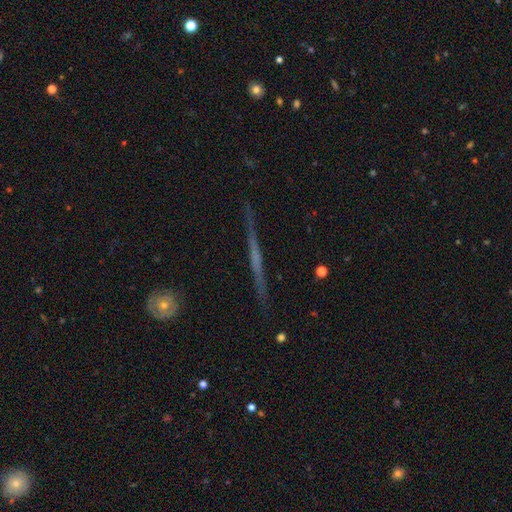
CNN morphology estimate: Smooth or featured?
  - featured or disk: 72% *
  - smooth: 20%
  - star or artifact: 8%
Edge-on disk?
  - yes: 97% *
  - no: 3%
Edge-on bulge?
  - none: 71% *
  - rounded: 20%
  - boxy: 9%
Merging?
  - none: 89% *
  - minor disturbance: 8%
  - major disturbance: 2%
  - merger: 1%